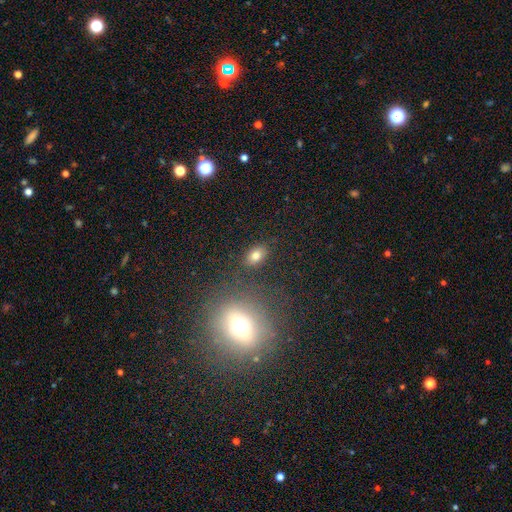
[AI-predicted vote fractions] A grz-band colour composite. It shows a smooth galaxy with no disk features (78%) that is in between round and cigar-shaped (82%). Merging: none (83%).